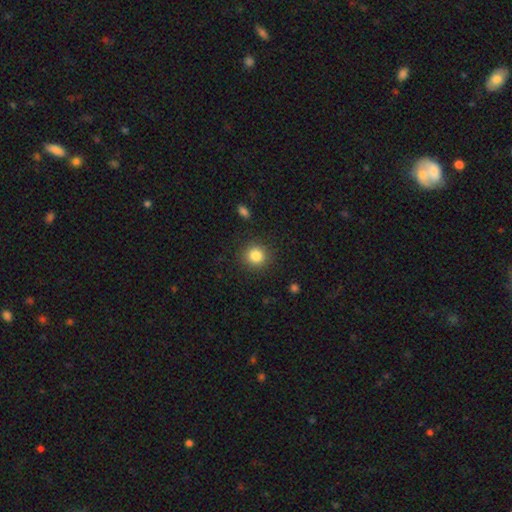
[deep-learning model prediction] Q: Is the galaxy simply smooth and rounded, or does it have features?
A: smooth — 84%.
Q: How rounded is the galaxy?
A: round — 90%.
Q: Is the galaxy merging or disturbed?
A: none — 89%.